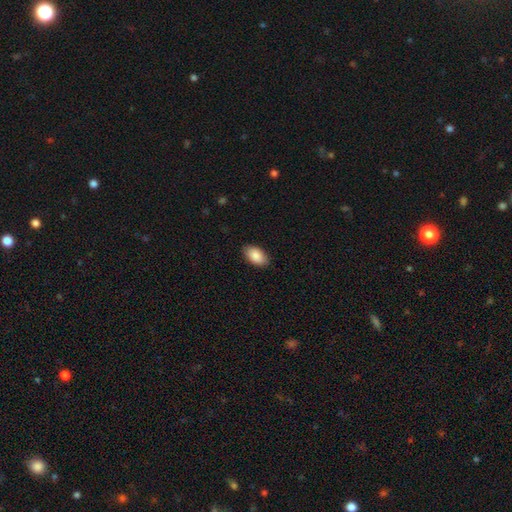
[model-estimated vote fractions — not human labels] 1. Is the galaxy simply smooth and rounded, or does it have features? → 89% smooth, 6% star or artifact, 5% featured or disk.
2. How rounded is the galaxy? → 94% in between, 4% round, 1% cigar-shaped.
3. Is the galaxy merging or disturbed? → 88% none, 9% minor disturbance, 2% major disturbance, 1% merger.